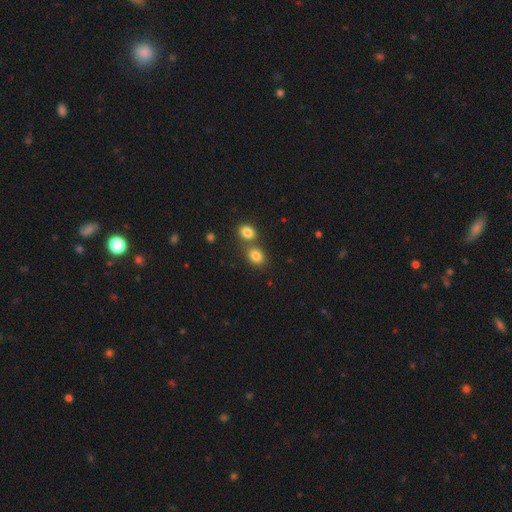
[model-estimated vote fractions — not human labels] A smooth galaxy with no disk features (83%) that is in between round and cigar-shaped (57%). Merging: none (48%).